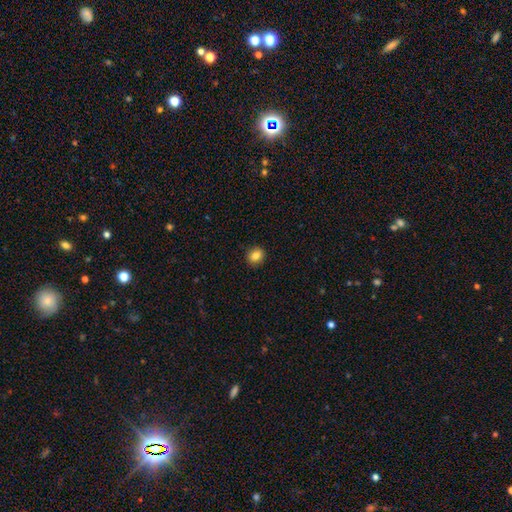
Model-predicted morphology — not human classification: Smooth or featured? smooth (84%)
How rounded? round (72%)
Merging? none (91%)